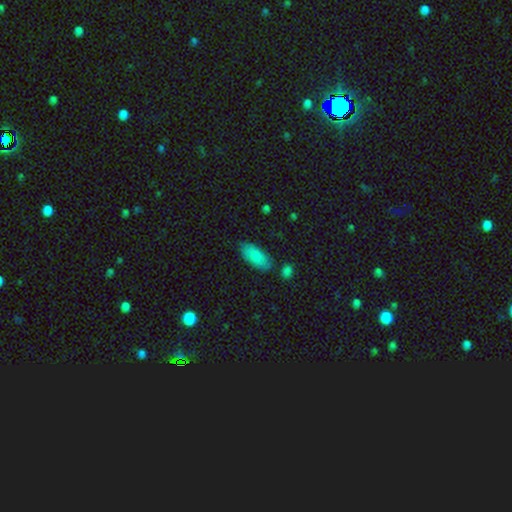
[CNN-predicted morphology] type=smooth (85%); roundness=in between (88%); merging=none (78%).